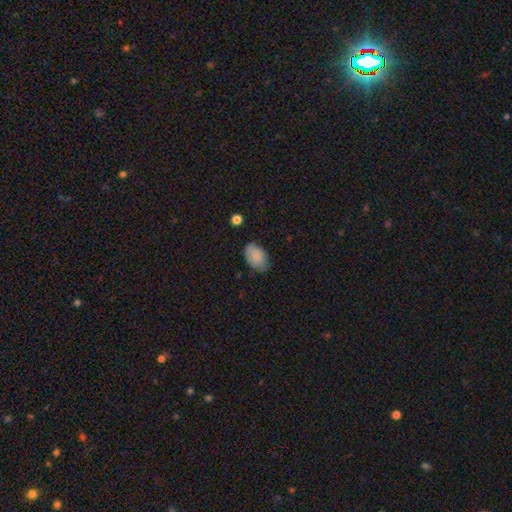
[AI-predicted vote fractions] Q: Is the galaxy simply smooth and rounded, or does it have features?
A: smooth — 84%.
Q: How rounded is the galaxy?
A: in between — 89%.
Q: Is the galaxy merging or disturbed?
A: none — 70%.